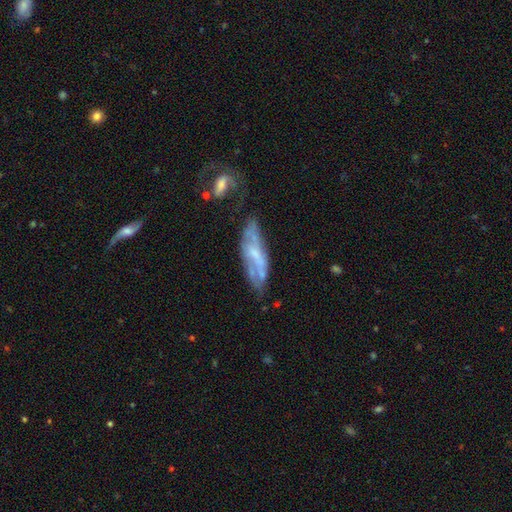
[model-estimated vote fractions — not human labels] Smooth or featured: featured or disk — 60% (smooth — 31%)
Edge-on disk: no — 71% (yes — 29%)
Merging: none — 45% (minor disturbance — 27%)